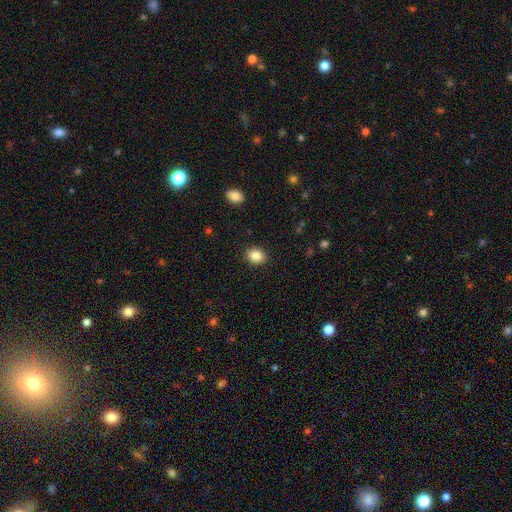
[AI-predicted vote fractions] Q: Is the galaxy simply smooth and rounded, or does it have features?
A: smooth — 86%.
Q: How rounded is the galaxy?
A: in between — 57%.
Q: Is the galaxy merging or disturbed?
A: none — 90%.